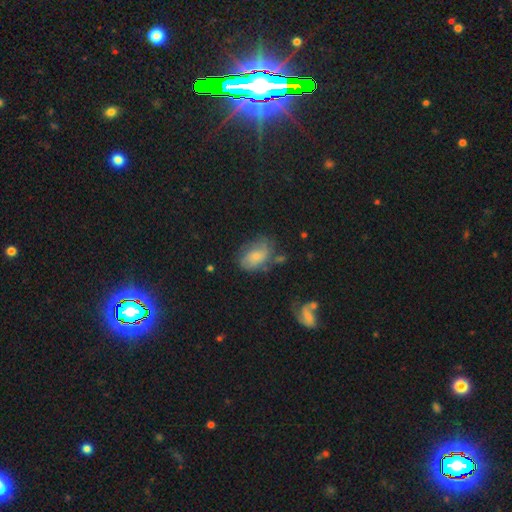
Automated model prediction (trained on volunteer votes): This is possibly a smooth galaxy (53%). How rounded: clearly in between (85%). Merging: possibly none (51%).